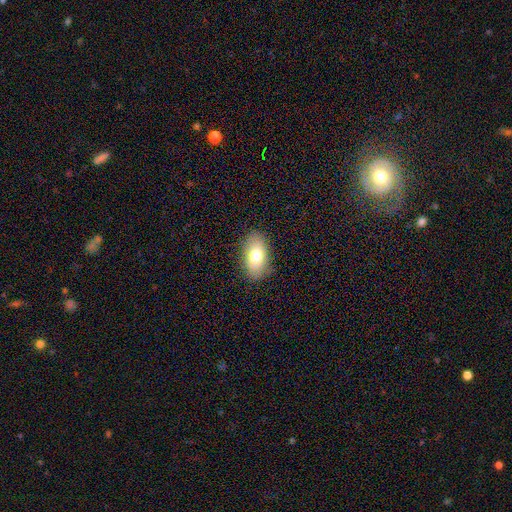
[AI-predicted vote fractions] The model was most divided on "smooth or featured": smooth: 74%, featured or disk: 18%, star or artifact: 8%. More confident: how rounded — in between (91%); merging — none (86%).